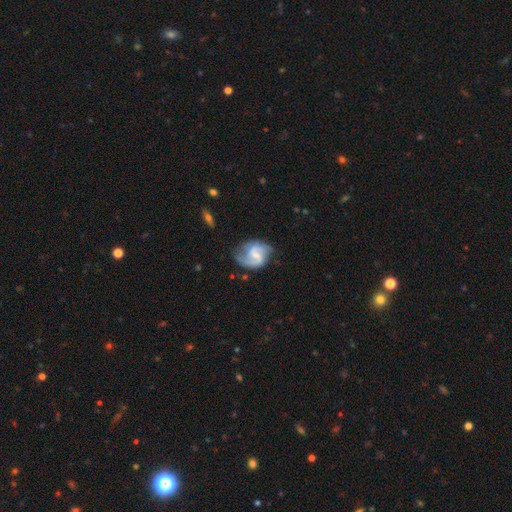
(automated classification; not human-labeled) Q: Smooth or featured?
A: featured or disk (82%); runner-up: smooth (13%)
Q: Edge-on disk?
A: no (98%); runner-up: yes (2%)
Q: Bar?
A: weak (57%); runner-up: strong (22%)
Q: Spiral arms?
A: yes (95%); runner-up: no (5%)
Q: Spiral winding?
A: medium (48%); runner-up: loose (36%)
Q: Spiral arm count?
A: 2 (86%); runner-up: can't tell (5%)
Q: Bulge size?
A: small (49%); runner-up: moderate (27%)
Q: Merging?
A: none (65%); runner-up: minor disturbance (23%)